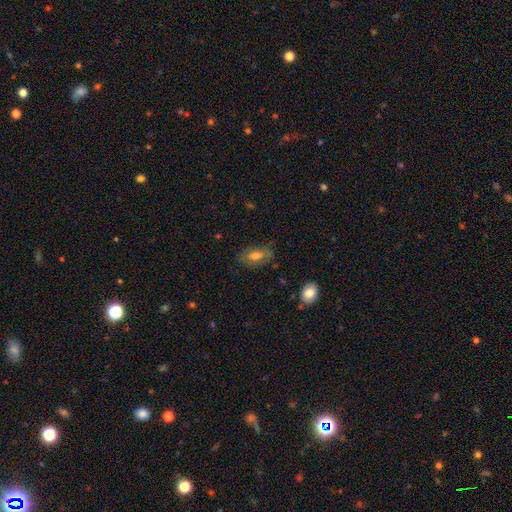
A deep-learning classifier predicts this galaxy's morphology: smooth 63%, featured or disk 27%, star or artifact 10%. Down the decision tree: how rounded — in between (86%); merging — none (74%).